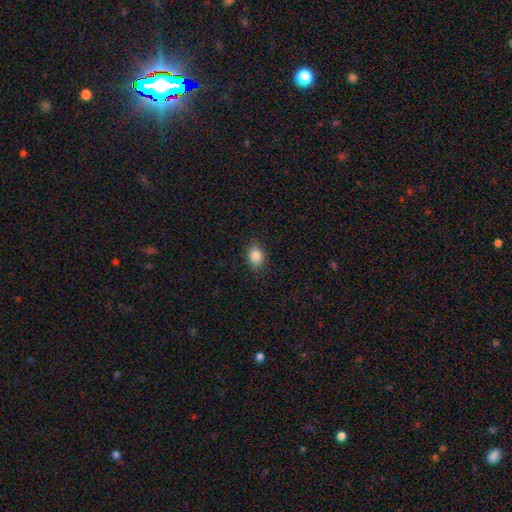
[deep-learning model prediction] smooth-or-featured: smooth: 85% | star or artifact: 10% | featured or disk: 6%
  how-rounded: in between: 61% | round: 37% | cigar-shaped: 1%
  merging: none: 86% | minor disturbance: 11% | major disturbance: 2% | merger: 1%